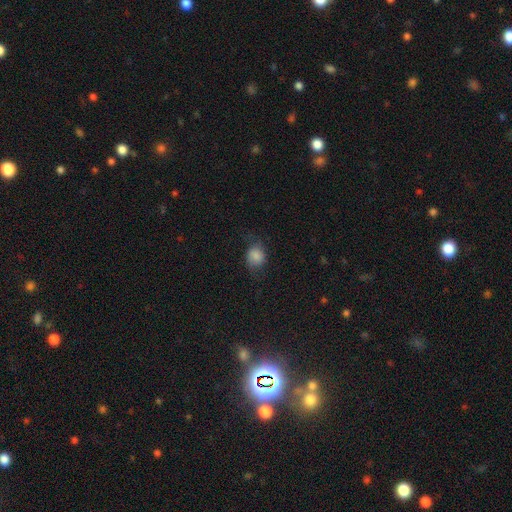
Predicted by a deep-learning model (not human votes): A smooth galaxy with no disk features (76%) that is round (62%). Merging: none (64%).